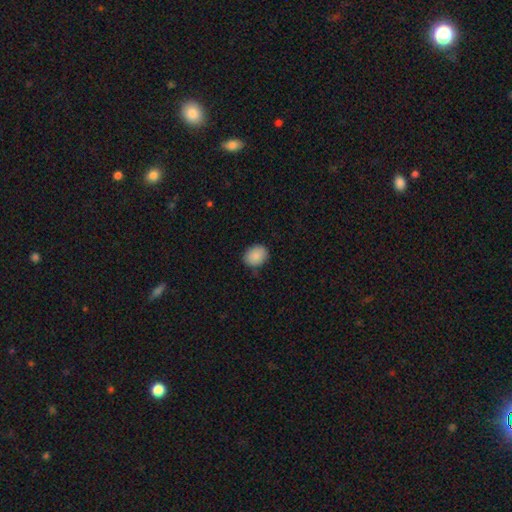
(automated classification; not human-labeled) smooth-or-featured: smooth: 89% | star or artifact: 8% | featured or disk: 4%
  how-rounded: in between: 53% | round: 46% | cigar-shaped: 1%
  merging: none: 80% | minor disturbance: 16% | major disturbance: 3% | merger: 1%